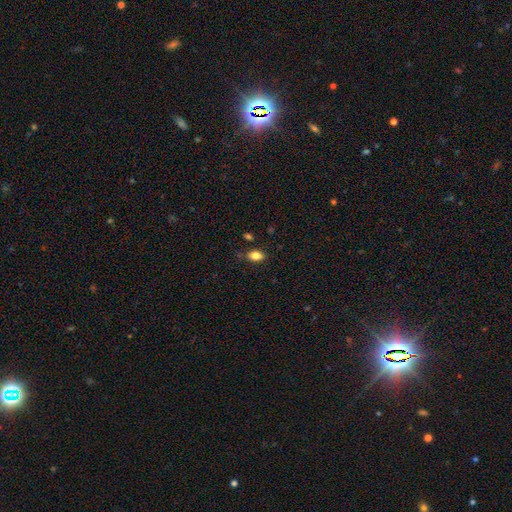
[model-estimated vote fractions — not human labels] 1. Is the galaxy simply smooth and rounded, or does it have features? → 82% smooth, 10% star or artifact, 8% featured or disk.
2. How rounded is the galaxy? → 85% in between, 12% round, 3% cigar-shaped.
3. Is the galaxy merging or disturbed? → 82% none, 13% minor disturbance, 3% major disturbance, 3% merger.